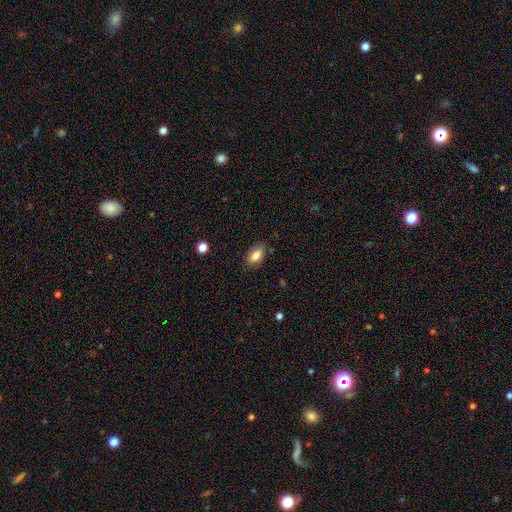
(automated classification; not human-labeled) A smooth galaxy with no disk features (80%) that is in between round and cigar-shaped (91%).

Vote fractions:
- Smooth or featured? smooth: 80% / featured or disk: 12% / star or artifact: 8%
- How rounded? in between: 91% / round: 7% / cigar-shaped: 2%
- Merging? none: 82% / minor disturbance: 14% / major disturbance: 3% / merger: 1%